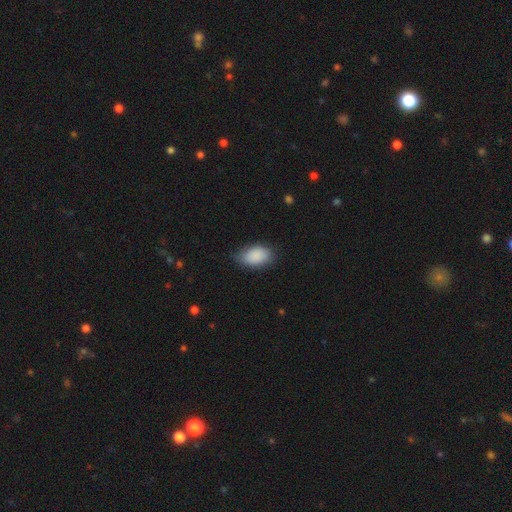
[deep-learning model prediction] smooth_or_featured: smooth (p=0.89) [alt: star or artifact p=0.07]
how_rounded: in between (p=0.91) [alt: round p=0.08]
merging: none (p=0.74) [alt: minor disturbance p=0.21]